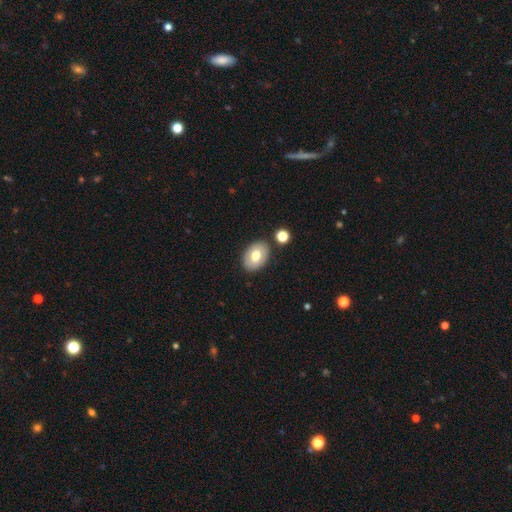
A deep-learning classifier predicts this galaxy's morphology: This appears to be a smooth galaxy with no disk features (72%) that is in between round and cigar-shaped (81%). Merging: none (83%).